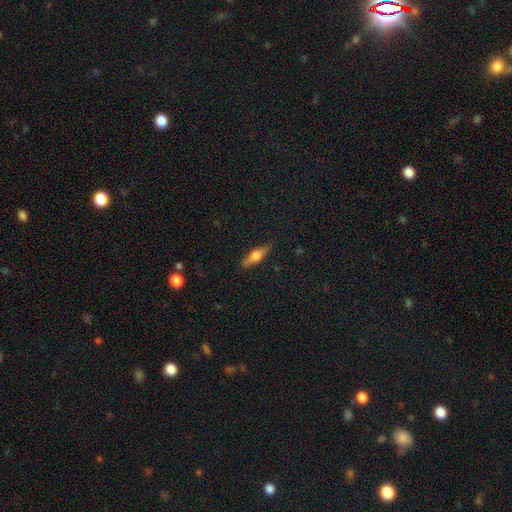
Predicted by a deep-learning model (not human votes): Smooth or featured? Predicted: smooth (p=0.52). How rounded? Predicted: cigar-shaped (p=0.55). Merging? Predicted: none (p=0.85).